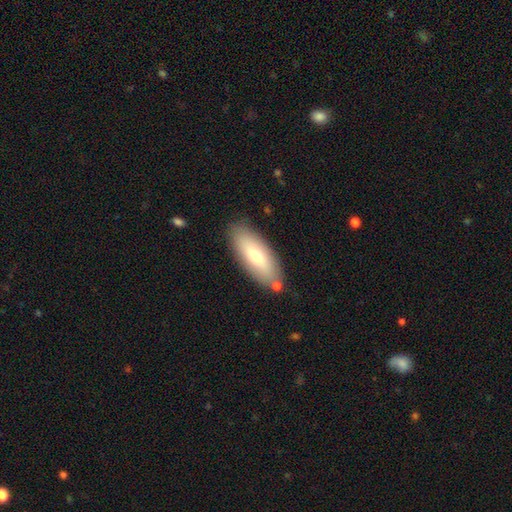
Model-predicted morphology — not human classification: Q: Smooth or featured?
A: smooth (66%); runner-up: featured or disk (27%)
Q: How rounded?
A: in between (75%); runner-up: cigar-shaped (23%)
Q: Merging?
A: none (81%); runner-up: minor disturbance (11%)